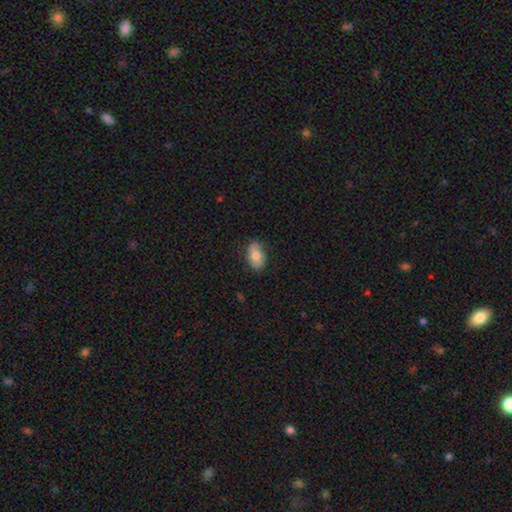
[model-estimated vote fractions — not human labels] Smooth or featured: smooth — 74% (featured or disk — 19%)
How rounded: in between — 90% (round — 8%)
Merging: none — 77% (minor disturbance — 18%)